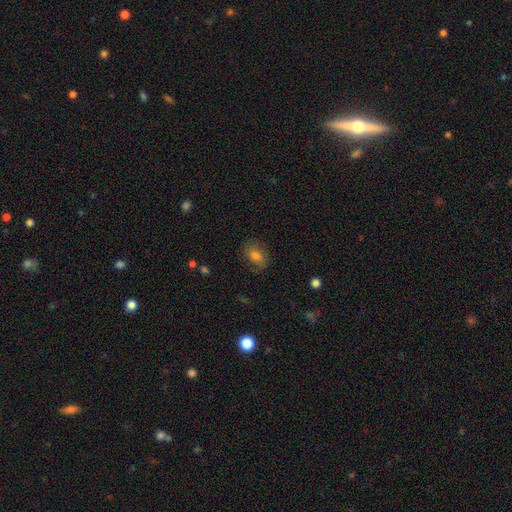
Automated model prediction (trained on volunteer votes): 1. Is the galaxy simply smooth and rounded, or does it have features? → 73% smooth, 17% featured or disk, 10% star or artifact.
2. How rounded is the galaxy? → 79% in between, 19% round, 2% cigar-shaped.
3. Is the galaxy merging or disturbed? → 77% none, 16% minor disturbance, 5% major disturbance, 1% merger.